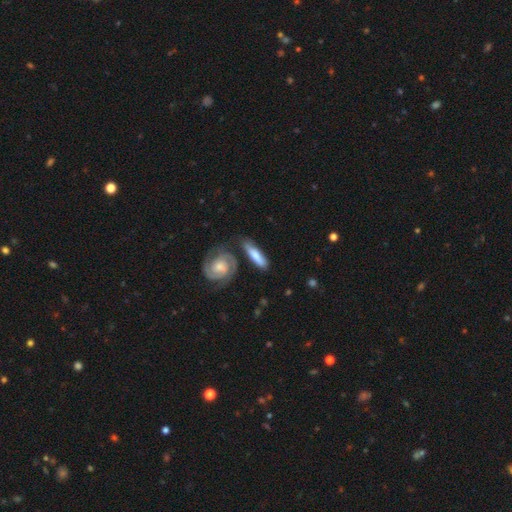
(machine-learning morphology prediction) smooth 51%, featured or disk 44%, star or artifact 5%. Down the decision tree: how rounded — cigar-shaped (69%); merging — none (67%).